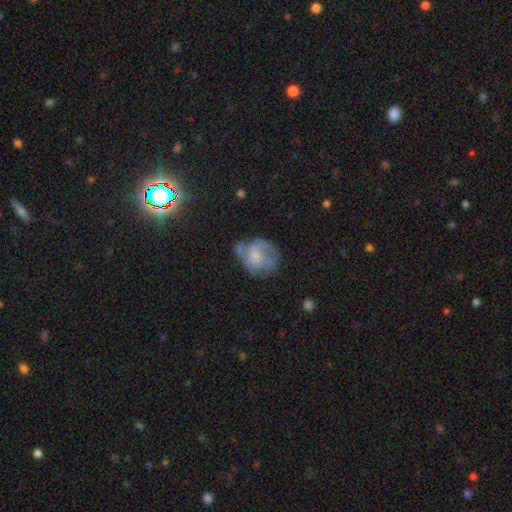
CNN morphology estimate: Overall: featured or disk (57%; smooth 33%). Edge-on disk: no (98%). Bar: no (73%). Spiral arms: yes (67%; no 33%). Bulge size: small (39%; moderate 33%). Merging: none (45%; minor disturbance 26%).